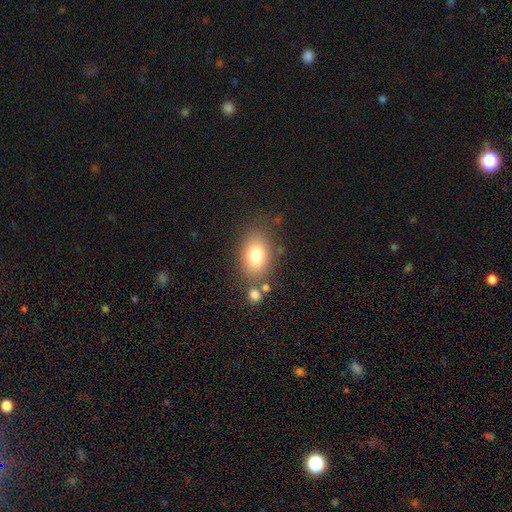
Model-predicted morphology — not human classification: Q: Smooth or featured?
A: smooth (79%); runner-up: featured or disk (12%)
Q: How rounded?
A: in between (82%); runner-up: round (16%)
Q: Merging?
A: none (72%); runner-up: minor disturbance (14%)